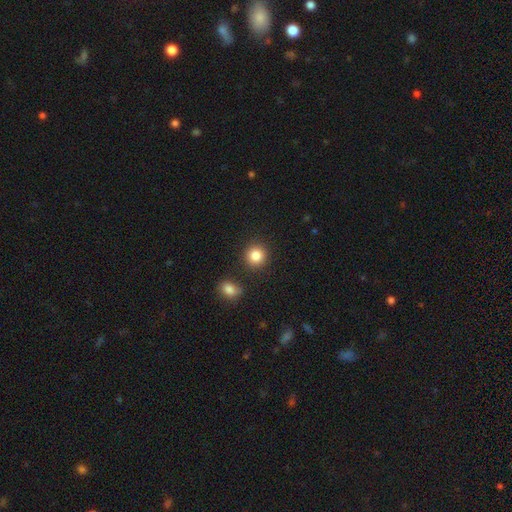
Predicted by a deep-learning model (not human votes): This is clearly a smooth galaxy (85%). How rounded: clearly round (90%). Merging: clearly none (85%).